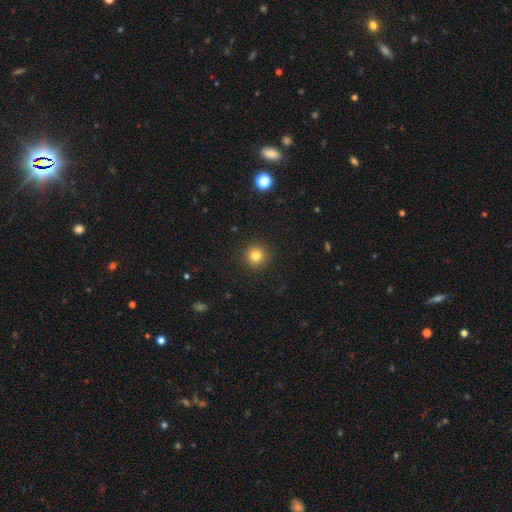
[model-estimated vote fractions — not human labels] smooth_or_featured: smooth (p=0.81) [alt: star or artifact p=0.13]
how_rounded: round (p=0.95) [alt: in between p=0.04]
merging: none (p=0.92) [alt: minor disturbance p=0.05]